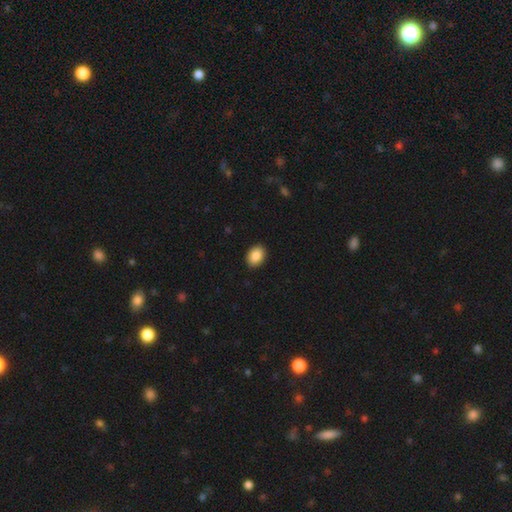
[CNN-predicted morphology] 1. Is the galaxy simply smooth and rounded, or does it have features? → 89% smooth, 7% star or artifact, 4% featured or disk.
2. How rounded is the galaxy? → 74% in between, 25% round, 1% cigar-shaped.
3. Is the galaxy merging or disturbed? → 91% none, 7% minor disturbance, 2% major disturbance, 1% merger.